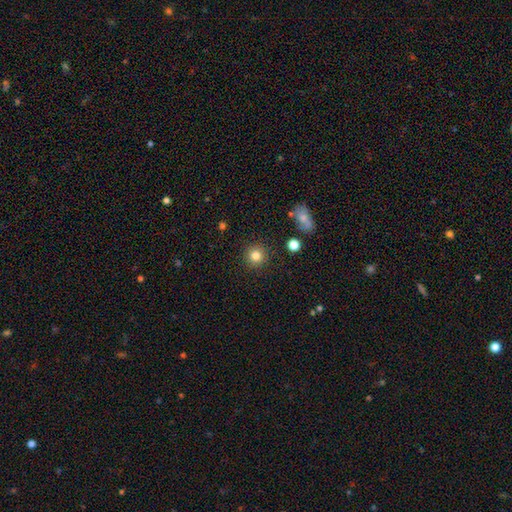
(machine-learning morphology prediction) smooth_or_featured: smooth (p=0.82) [alt: star or artifact p=0.12]
how_rounded: round (p=0.93) [alt: in between p=0.06]
merging: none (p=0.89) [alt: minor disturbance p=0.06]